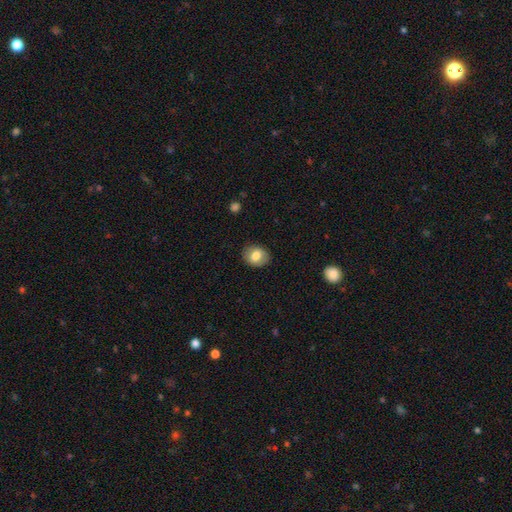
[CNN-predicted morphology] smooth 78%, featured or disk 14%, star or artifact 8%. Down the decision tree: how rounded — in between (50%); merging — none (86%).